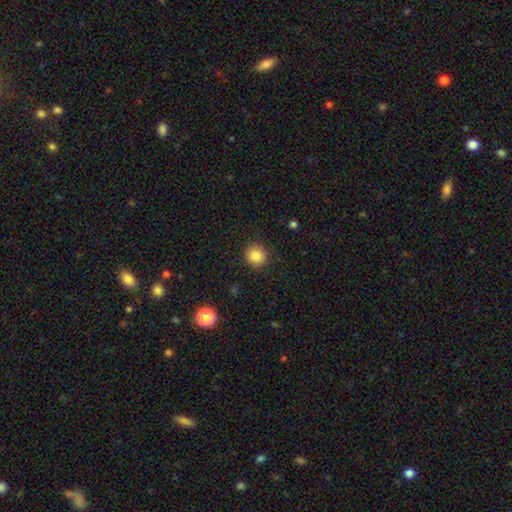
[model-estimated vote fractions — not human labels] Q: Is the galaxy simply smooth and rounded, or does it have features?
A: smooth — 83%.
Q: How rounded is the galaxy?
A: round — 90%.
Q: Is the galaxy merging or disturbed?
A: none — 90%.